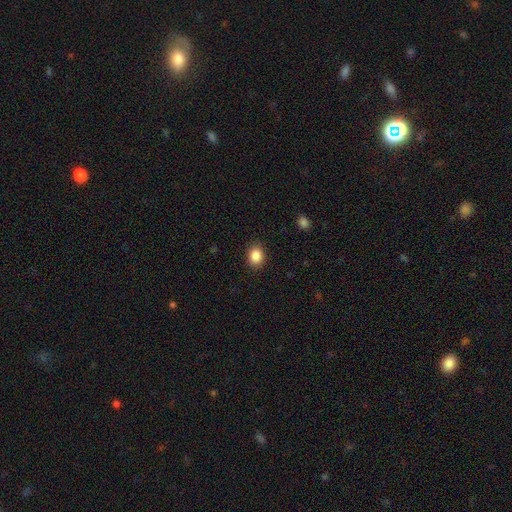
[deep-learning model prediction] Overall: smooth (87%). How rounded: round (52%; in between 47%). Merging: none (89%).